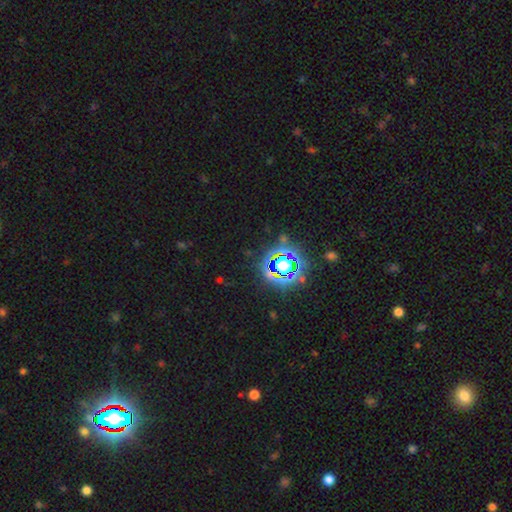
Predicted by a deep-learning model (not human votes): This is likely a star or artifact rather than a galaxy (79%).